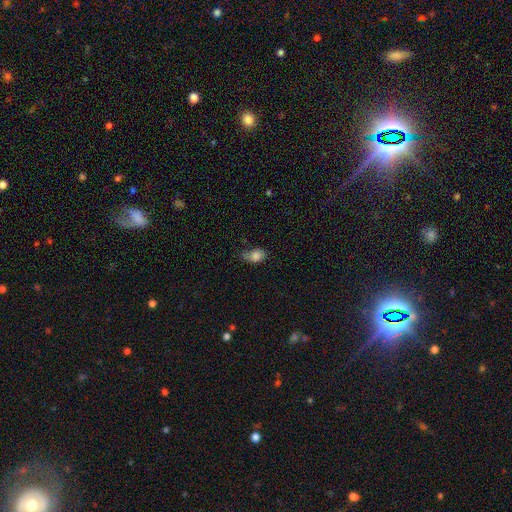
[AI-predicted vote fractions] Overall: smooth (82%). How rounded: in between (78%). Merging: none (43%; minor disturbance 37%).